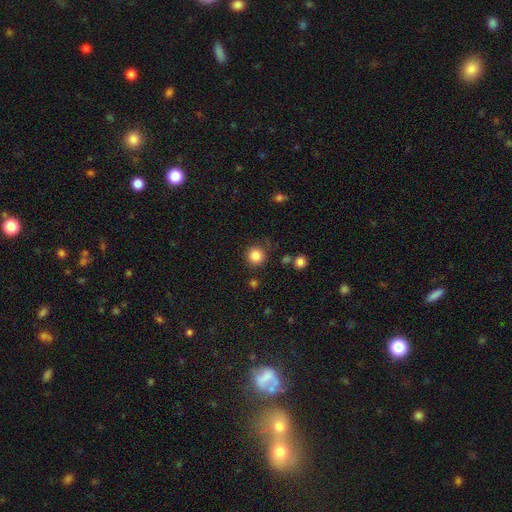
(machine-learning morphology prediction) Q: Smooth or featured?
A: smooth (84%); runner-up: star or artifact (11%)
Q: How rounded?
A: round (94%); runner-up: in between (6%)
Q: Merging?
A: none (85%); runner-up: minor disturbance (8%)